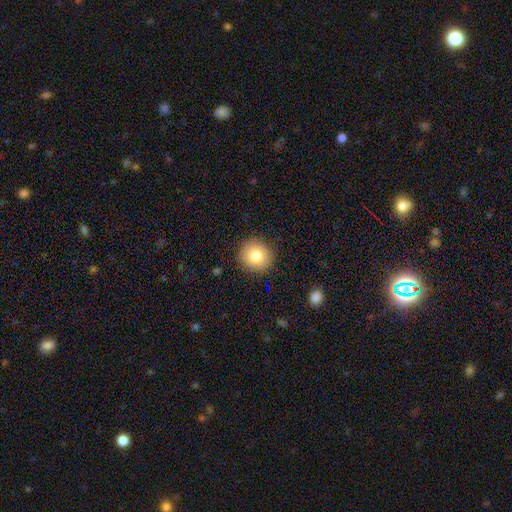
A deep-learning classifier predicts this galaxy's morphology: type=smooth (80%); roundness=round (89%); merging=none (89%).